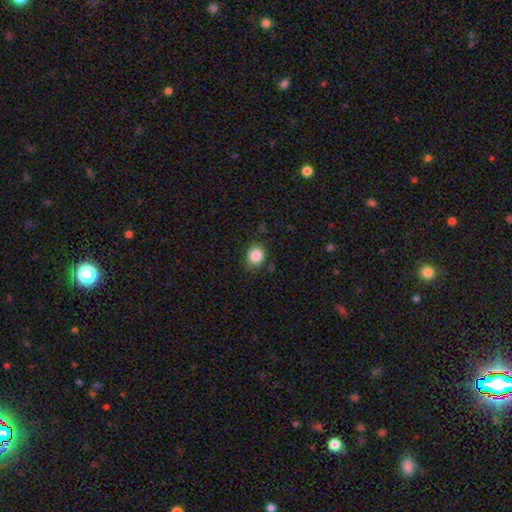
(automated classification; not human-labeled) A smooth galaxy with no disk features (87%) that is round (65%).

Vote fractions:
- Smooth or featured? smooth: 87% / star or artifact: 9% / featured or disk: 4%
- How rounded? round: 65% / in between: 34% / cigar-shaped: 1%
- Merging? none: 82% / minor disturbance: 13% / major disturbance: 3% / merger: 2%